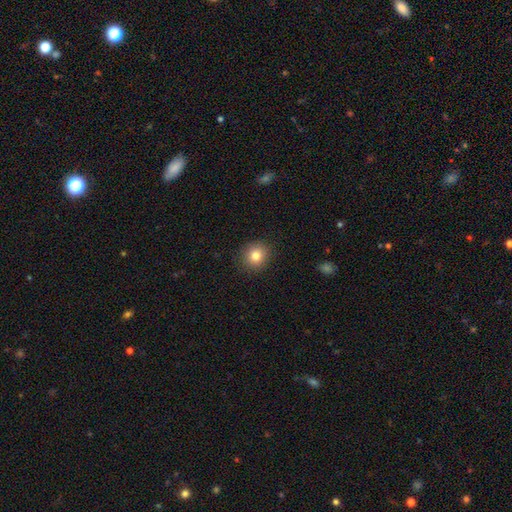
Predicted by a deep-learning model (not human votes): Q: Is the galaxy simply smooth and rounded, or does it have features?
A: smooth — 82%.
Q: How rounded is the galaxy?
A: round — 86%.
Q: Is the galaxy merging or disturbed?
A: none — 90%.